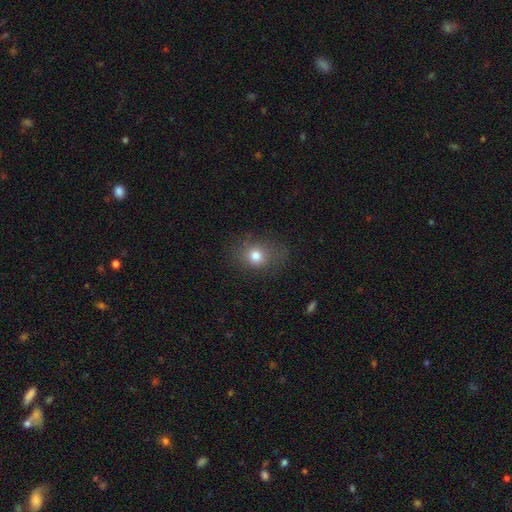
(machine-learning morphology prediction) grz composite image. It shows a smooth galaxy with no disk features (78%) that is round (58%). Merging: none (73%).